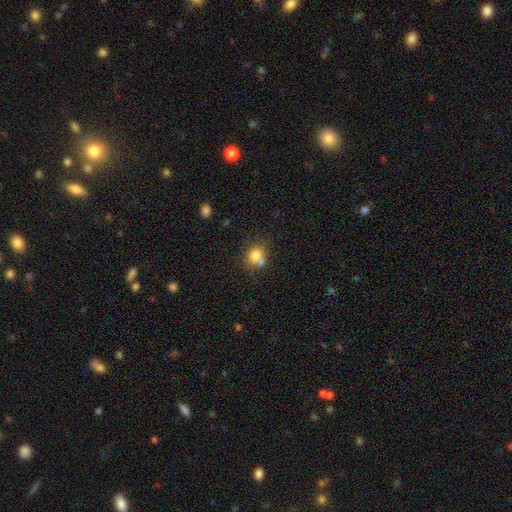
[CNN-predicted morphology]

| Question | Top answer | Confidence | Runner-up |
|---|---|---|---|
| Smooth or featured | smooth | 79% | star or artifact (11%) |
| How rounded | round | 64% | in between (35%) |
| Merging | none | 56% | merger (28%) |